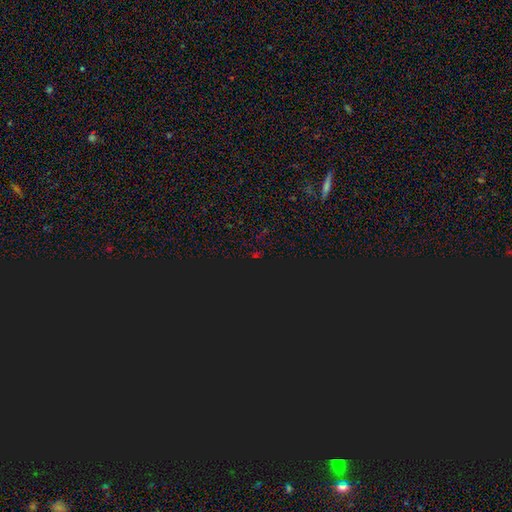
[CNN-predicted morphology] This appears to be a star or artifact, not a galaxy (77%).